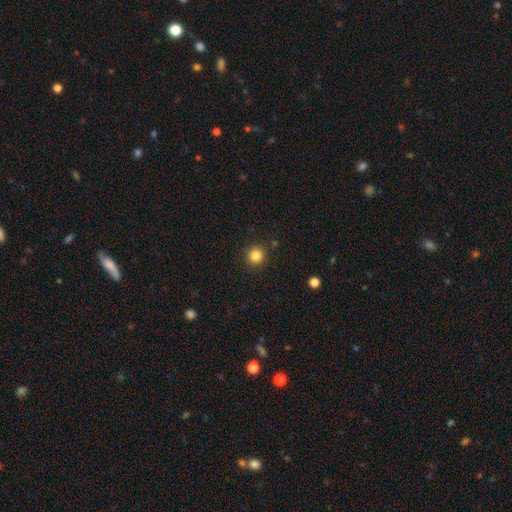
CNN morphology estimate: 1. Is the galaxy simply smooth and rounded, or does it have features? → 84% smooth, 11% star or artifact, 5% featured or disk.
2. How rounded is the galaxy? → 93% round, 6% in between, 1% cigar-shaped.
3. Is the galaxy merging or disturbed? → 90% none, 6% minor disturbance, 2% major disturbance, 2% merger.